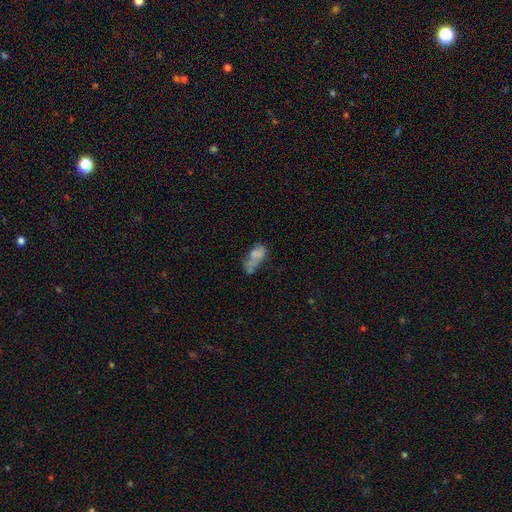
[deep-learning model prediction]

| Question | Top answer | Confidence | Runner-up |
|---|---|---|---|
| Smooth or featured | smooth | 59% | featured or disk (28%) |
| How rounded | in between | 85% | cigar-shaped (9%) |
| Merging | merger | 31% | none (26%) |